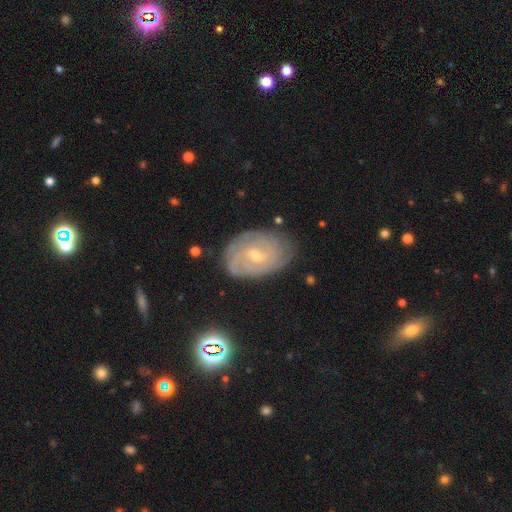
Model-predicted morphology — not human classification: featured or disk 81%, smooth 11%, star or artifact 7%. Down the decision tree: edge-on disk — no (96%); bar — no (46%); spiral arms — yes (94%); spiral arm count — can't tell (41%); spiral winding — tight (74%); bulge size — small (61%); merging — none (77%).